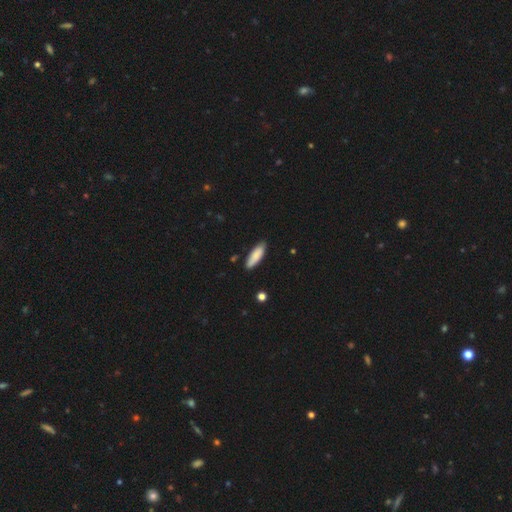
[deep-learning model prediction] This appears to be a smooth galaxy with no disk features (85%) that is cigar-shaped (52%). Merging: none (85%).